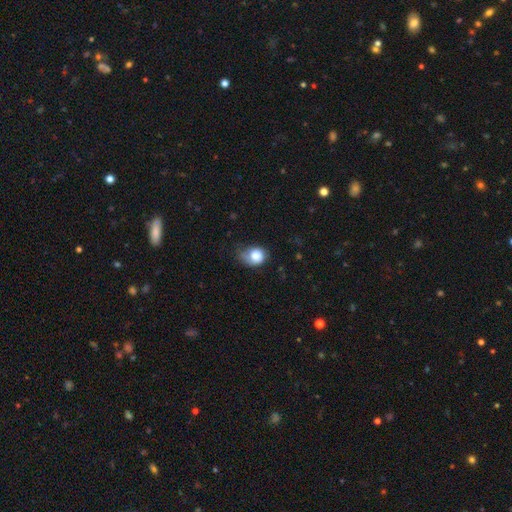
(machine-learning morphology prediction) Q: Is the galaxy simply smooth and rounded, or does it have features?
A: smooth — 71%.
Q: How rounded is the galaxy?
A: round — 56%.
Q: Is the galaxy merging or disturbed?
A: minor disturbance — 37%.